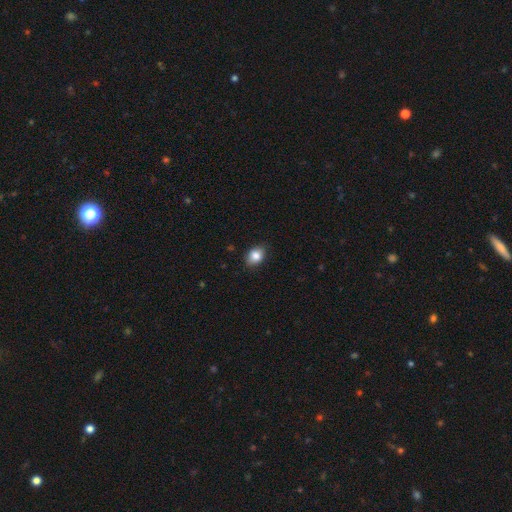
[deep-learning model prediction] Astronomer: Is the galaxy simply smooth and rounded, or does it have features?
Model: smooth — 83%.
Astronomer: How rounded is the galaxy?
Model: in between — 69%.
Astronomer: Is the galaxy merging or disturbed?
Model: none — 82%.